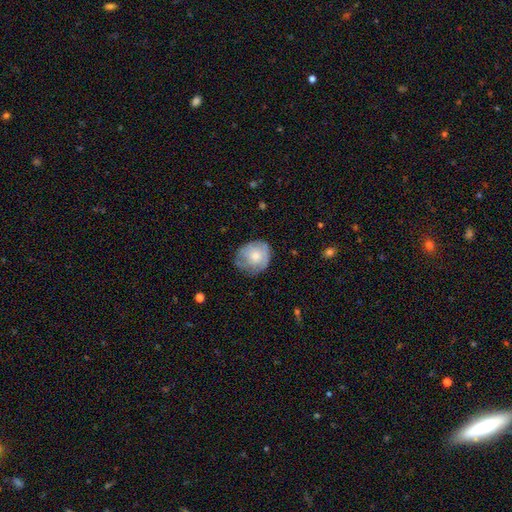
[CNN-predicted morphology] The model was most divided on "smooth or featured": smooth: 59%, featured or disk: 34%, star or artifact: 7%. More confident: how rounded — round (78%); merging — none (65%).